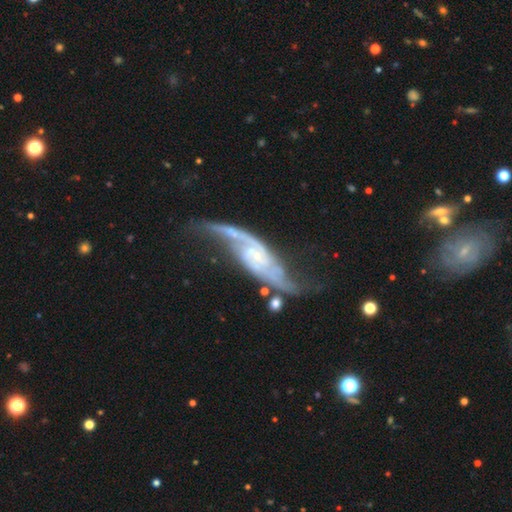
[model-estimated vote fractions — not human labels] Smooth or featured?
  - featured or disk: 90% *
  - star or artifact: 5%
  - smooth: 5%
Edge-on disk?
  - no: 90% *
  - yes: 10%
Bar?
  - no: 51% *
  - weak: 34%
  - strong: 14%
Spiral arms?
  - yes: 97% *
  - no: 3%
Spiral winding?
  - loose: 53% *
  - medium: 35%
  - tight: 12%
Spiral arm count?
  - 2: 90% *
  - can't tell: 3%
  - 3: 2%
  - 1: 2%
  - 4: 1%
  - more than 4: 1%
Bulge size?
  - small: 73% *
  - moderate: 14%
  - none: 10%
  - large: 2%
  - dominant: 1%
Merging?
  - none: 55% *
  - minor disturbance: 20%
  - major disturbance: 17%
  - merger: 8%